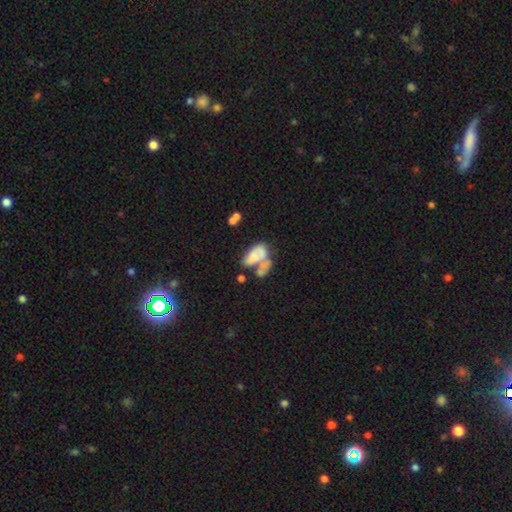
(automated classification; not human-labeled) Morphology: type=smooth (49%); merging=merger (51%).